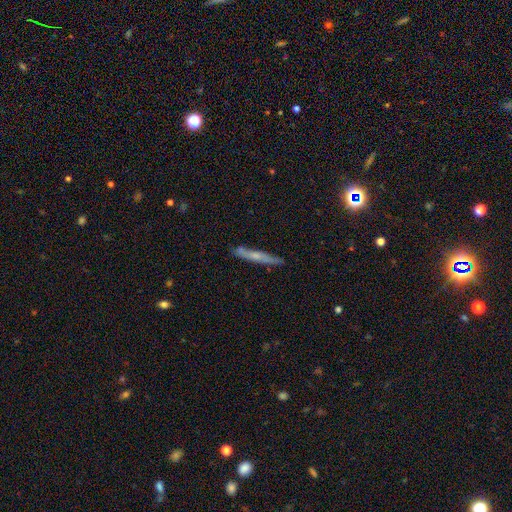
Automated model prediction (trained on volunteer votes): The model was most divided on "smooth or featured": featured or disk: 50%, smooth: 42%, star or artifact: 7%. More confident: edge-on disk — yes (89%); merging — none (82%).